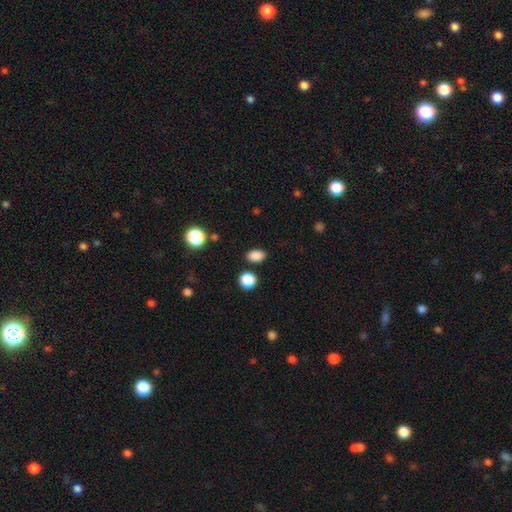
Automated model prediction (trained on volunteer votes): Smooth or featured?
  - smooth: 85% *
  - star or artifact: 11%
  - featured or disk: 3%
How rounded?
  - in between: 78% *
  - round: 20%
  - cigar-shaped: 1%
Merging?
  - none: 84% *
  - minor disturbance: 9%
  - merger: 4%
  - major disturbance: 3%